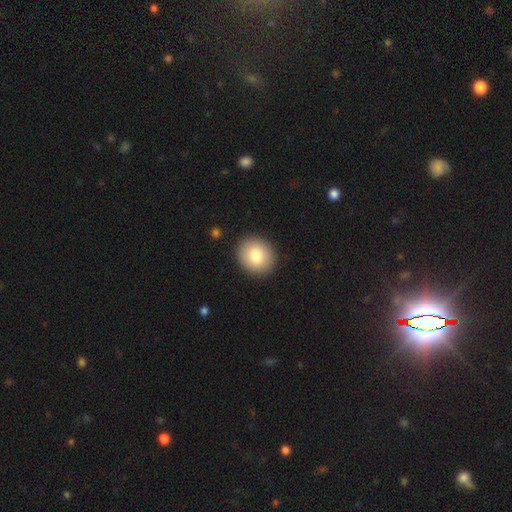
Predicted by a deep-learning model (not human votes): Q: Smooth or featured?
A: smooth (81%); runner-up: featured or disk (11%)
Q: How rounded?
A: round (76%); runner-up: in between (23%)
Q: Merging?
A: none (90%); runner-up: minor disturbance (6%)